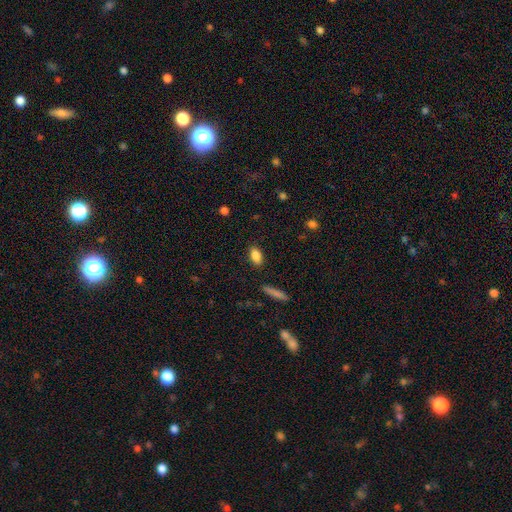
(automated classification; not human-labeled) smooth_or_featured: smooth (p=0.86) [alt: star or artifact p=0.08]
how_rounded: in between (p=0.86) [alt: cigar-shaped p=0.08]
merging: none (p=0.87) [alt: minor disturbance p=0.09]